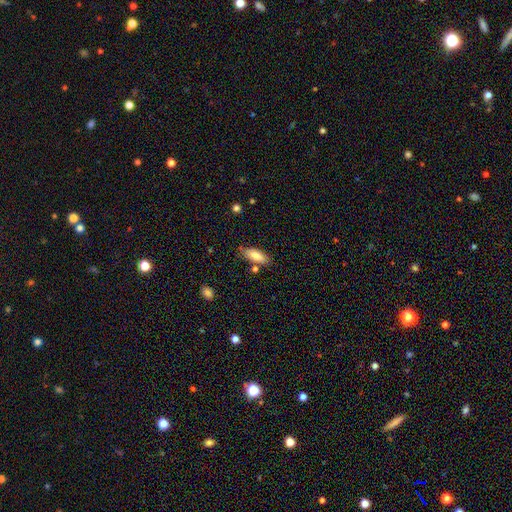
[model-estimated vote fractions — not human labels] Smooth or featured?
  - smooth: 79% *
  - featured or disk: 14%
  - star or artifact: 7%
How rounded?
  - in between: 74% *
  - cigar-shaped: 24%
  - round: 2%
Merging?
  - none: 76% *
  - minor disturbance: 15%
  - merger: 6%
  - major disturbance: 3%